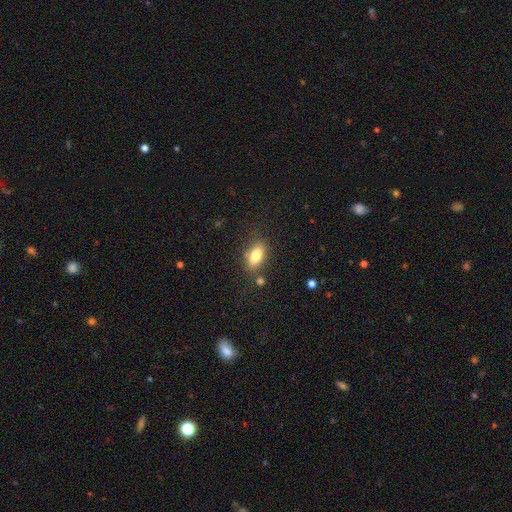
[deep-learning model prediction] A smooth galaxy with no disk features (80%) that is in between round and cigar-shaped (86%).

Vote fractions:
- Smooth or featured? smooth: 80% / featured or disk: 12% / star or artifact: 8%
- How rounded? in between: 86% / cigar-shaped: 8% / round: 6%
- Merging? none: 75% / minor disturbance: 15% / merger: 6% / major disturbance: 4%